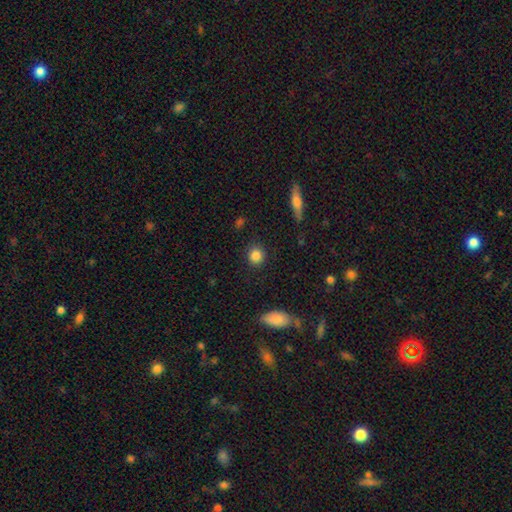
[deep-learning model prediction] smooth_or_featured: smooth (p=0.85) [alt: star or artifact p=0.10]
how_rounded: round (p=0.82) [alt: in between p=0.16]
merging: none (p=0.89) [alt: minor disturbance p=0.07]